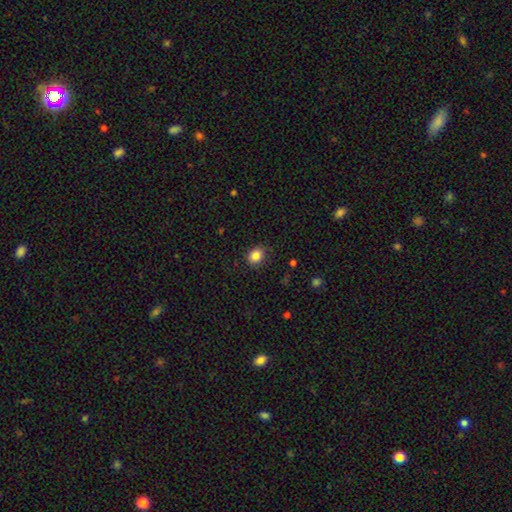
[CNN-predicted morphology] Overall: smooth (85%). How rounded: round (60%; in between 39%). Merging: none (83%).